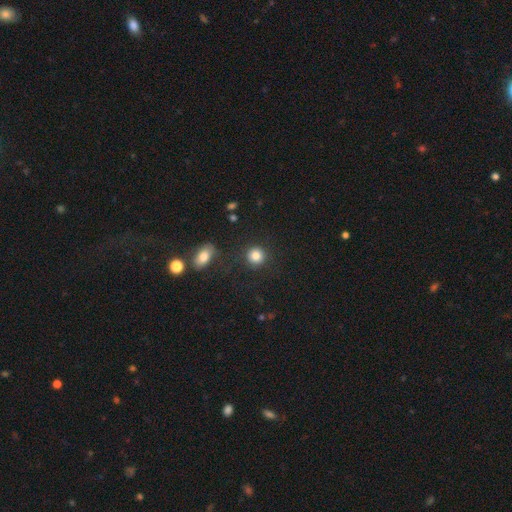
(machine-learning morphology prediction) Smooth or featured? Predicted: smooth (p=0.84). How rounded? Predicted: round (p=0.90). Merging? Predicted: none (p=0.88).